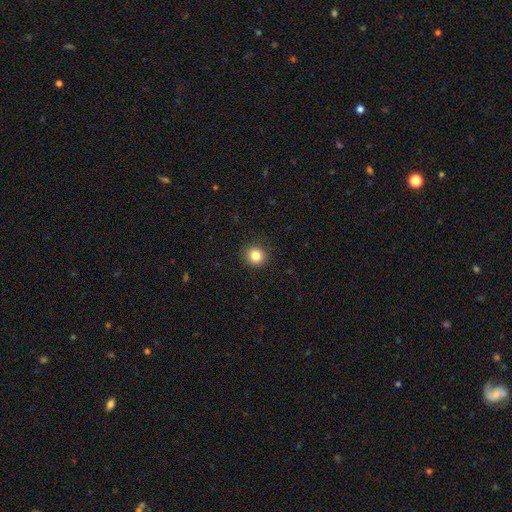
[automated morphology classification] type=smooth (83%); roundness=round (88%); merging=none (91%).